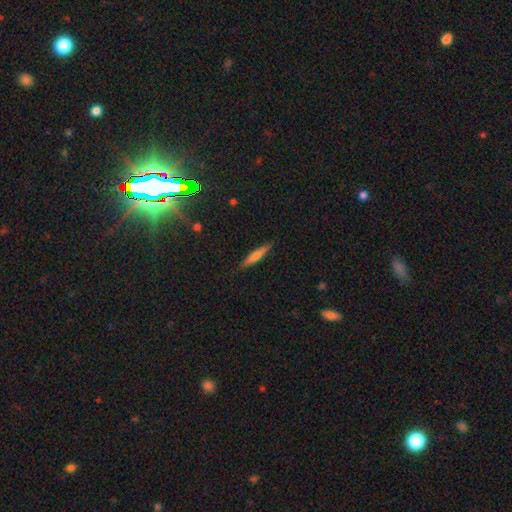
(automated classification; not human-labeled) This appears to be a smooth galaxy with no disk features (53%) that is cigar-shaped (90%). Merging: none (89%).